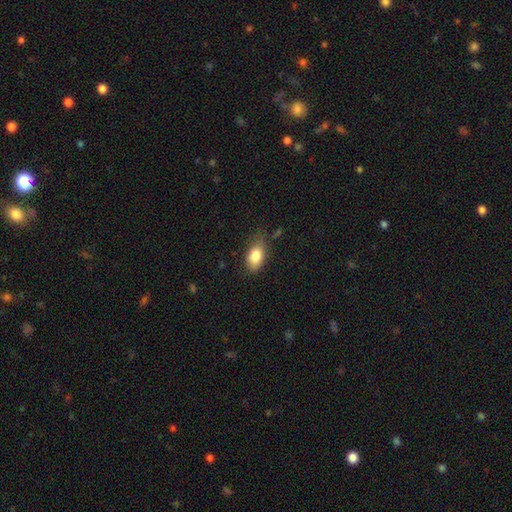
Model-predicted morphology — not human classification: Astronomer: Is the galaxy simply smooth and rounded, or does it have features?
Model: smooth — 82%.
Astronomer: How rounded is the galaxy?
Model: in between — 88%.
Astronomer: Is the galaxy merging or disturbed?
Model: none — 66%.